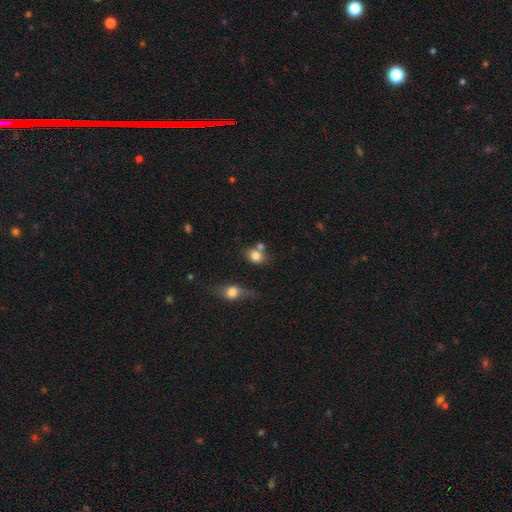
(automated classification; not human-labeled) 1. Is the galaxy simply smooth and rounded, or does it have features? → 79% smooth, 11% star or artifact, 10% featured or disk.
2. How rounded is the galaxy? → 51% in between, 47% round, 2% cigar-shaped.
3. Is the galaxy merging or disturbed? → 51% none, 30% merger, 13% minor disturbance, 5% major disturbance.